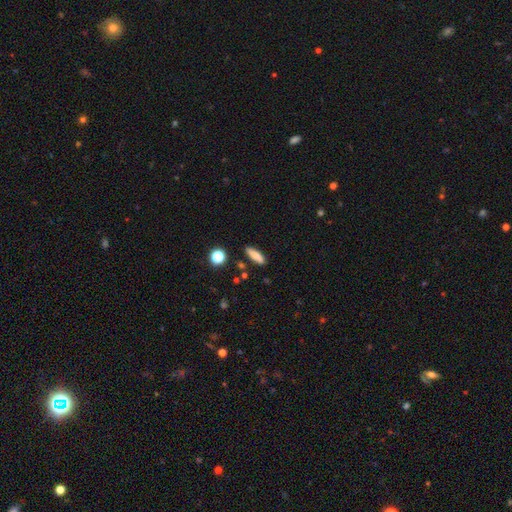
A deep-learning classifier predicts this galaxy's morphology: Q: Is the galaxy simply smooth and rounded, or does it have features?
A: smooth — 78%.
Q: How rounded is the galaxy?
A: cigar-shaped — 53%.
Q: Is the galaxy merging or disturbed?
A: none — 85%.